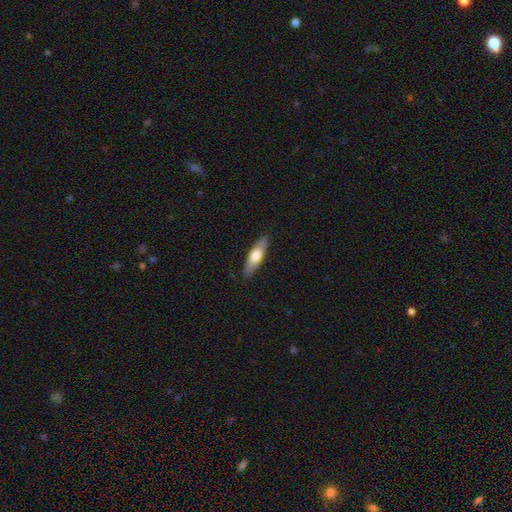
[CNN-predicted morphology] Smooth or featured? Predicted: smooth (p=0.62). How rounded? Predicted: cigar-shaped (p=0.56). Merging? Predicted: none (p=0.87).